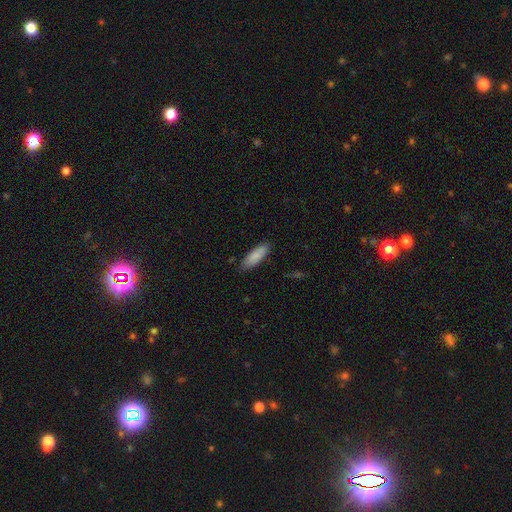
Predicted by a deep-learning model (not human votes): Smooth or featured?
  - smooth: 87% *
  - featured or disk: 7%
  - star or artifact: 6%
How rounded?
  - in between: 56% *
  - cigar-shaped: 43%
  - round: 1%
Merging?
  - none: 84% *
  - minor disturbance: 13%
  - major disturbance: 2%
  - merger: 1%